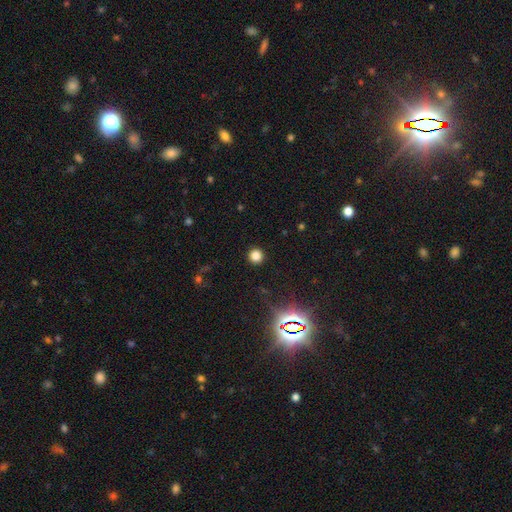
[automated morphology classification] Smooth or featured? smooth (79%)
How rounded? round (95%)
Merging? none (92%)